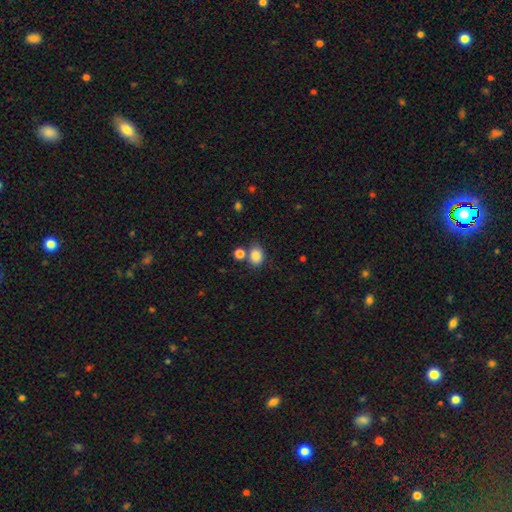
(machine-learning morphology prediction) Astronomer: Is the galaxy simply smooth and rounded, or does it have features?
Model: smooth — 85%.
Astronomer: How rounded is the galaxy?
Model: in between — 56% (runner-up: round, 43%).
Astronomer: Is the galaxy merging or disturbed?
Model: none — 65%.